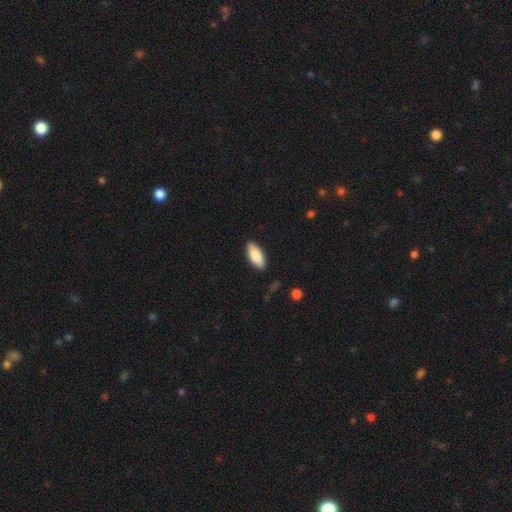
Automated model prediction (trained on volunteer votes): Smooth or featured? smooth (87%)
How rounded? in between (79%)
Merging? none (89%)